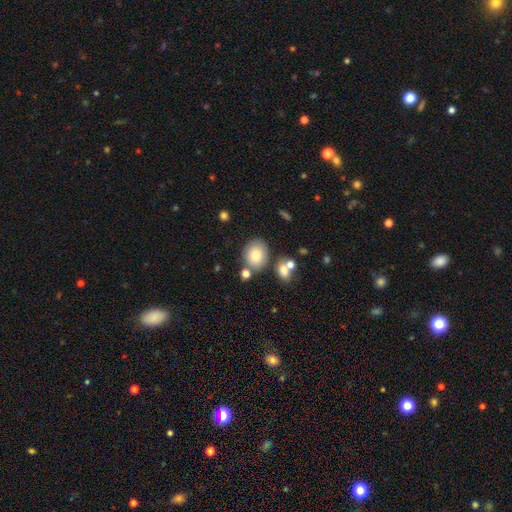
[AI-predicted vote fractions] This is clearly a smooth galaxy (80%). How rounded: possibly round (52%). Merging: likely none (67%).